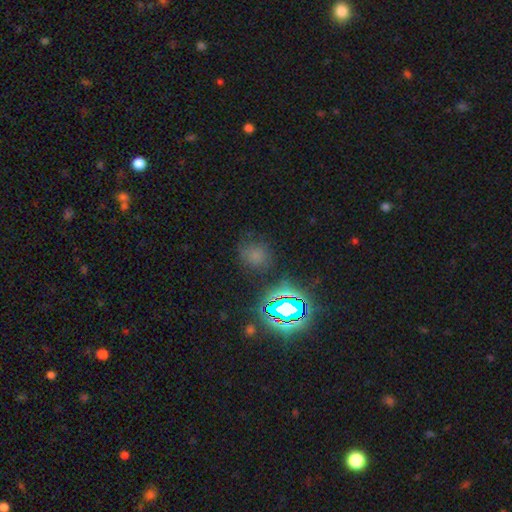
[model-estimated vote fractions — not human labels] Smooth or featured: smooth — 57% (star or artifact — 33%)
How rounded: round — 79% (in between — 20%)
Merging: none — 74% (minor disturbance — 16%)